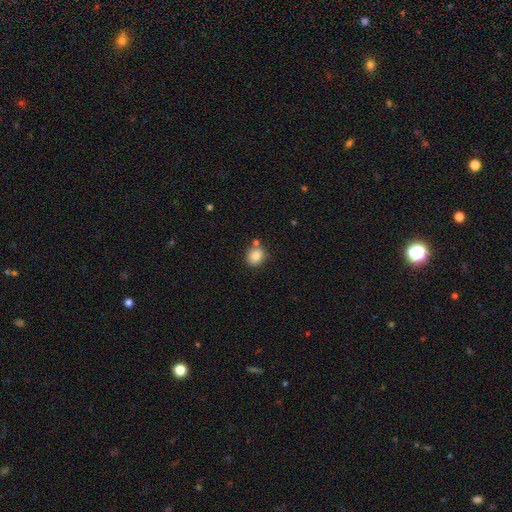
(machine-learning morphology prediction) type=smooth (84%); roundness=round (72%); merging=none (72%).